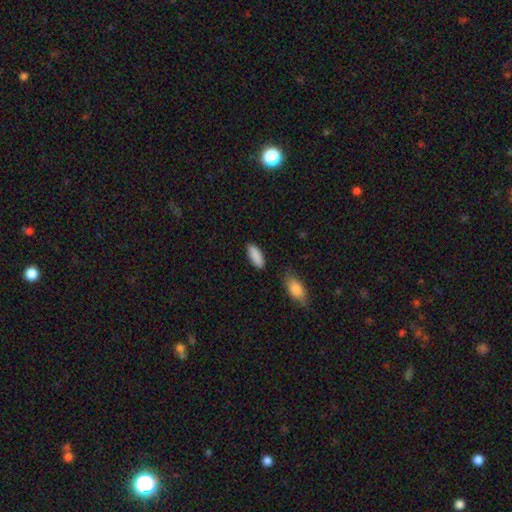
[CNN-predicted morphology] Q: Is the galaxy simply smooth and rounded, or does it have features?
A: smooth — 90%.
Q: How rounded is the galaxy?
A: in between — 81%.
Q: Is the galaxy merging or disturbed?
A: none — 85%.